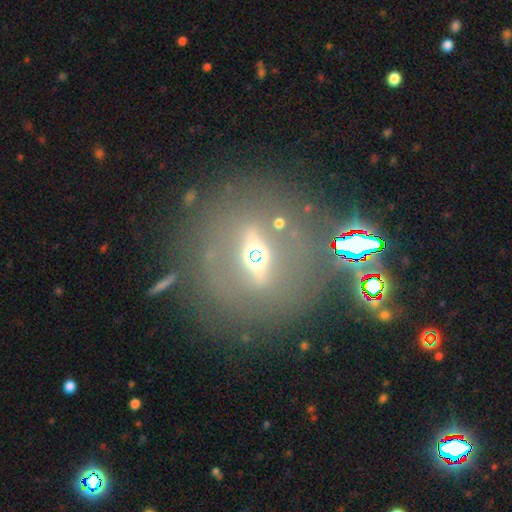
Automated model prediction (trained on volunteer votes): A featured or disk galaxy (58%).

Vote fractions:
- Smooth or featured? featured or disk: 58% / smooth: 22% / star or artifact: 19%
- Edge-on disk? no: 55% / yes: 45%
- Merging? none: 75% / minor disturbance: 12% / major disturbance: 8% / merger: 6%